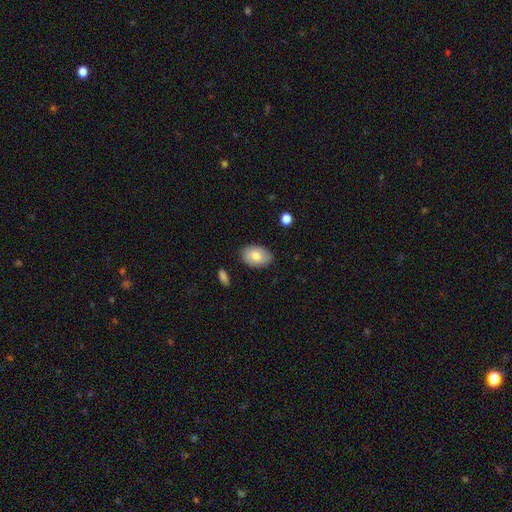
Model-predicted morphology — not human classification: Smooth or featured? smooth (78%)
How rounded? in between (87%)
Merging? none (83%)